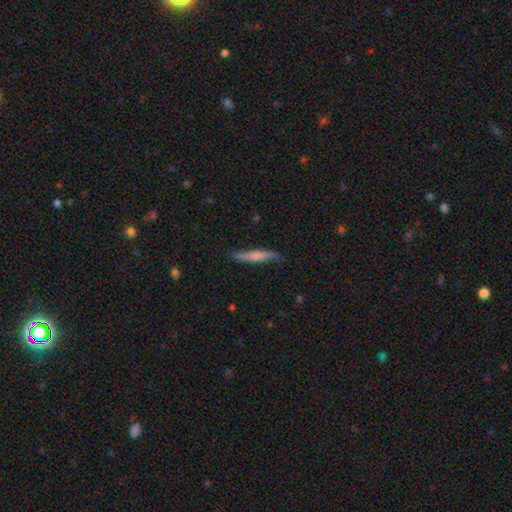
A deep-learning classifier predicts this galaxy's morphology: Smooth or featured? smooth (55%)
How rounded? cigar-shaped (93%)
Merging? none (77%)